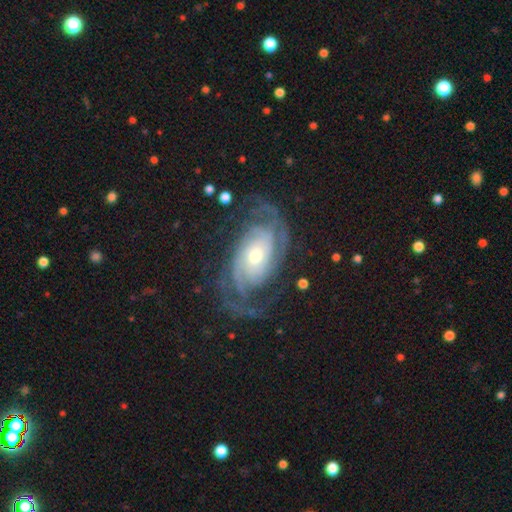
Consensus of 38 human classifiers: A featured or disk galaxy (92%) with no bar (75%), 2 (55%) tight (65%) spiral arms (97%) and a moderate central bulge (47%, tied with small).

Vote fractions:
- Smooth or featured? featured or disk: 92% / smooth: 8% / star or artifact: 0%
- Edge-on disk? no: 91% / yes: 9%
- Bar? no: 75% / weak: 19% / strong: 6%
- Spiral arms? yes: 97% / no: 3%
- Spiral winding? tight: 65% / medium: 29% / loose: 6%
- Spiral arm count? 2: 55% / can't tell: 19% / 3: 16% / 4: 10% / 1: 0% / more than 4: 0%
- Bulge size? moderate: 47% (tied) / small: 47% (tied) / large: 6% / dominant: 0% / none: 0%
- Merging? none: 79% / minor disturbance: 13% / major disturbance: 5% / merger: 3%